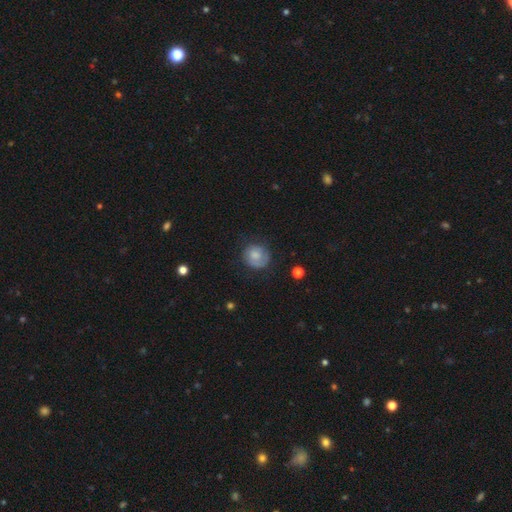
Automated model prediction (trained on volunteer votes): This appears to be a smooth galaxy with no disk features (66%) that is round (81%). Merging: none (64%).